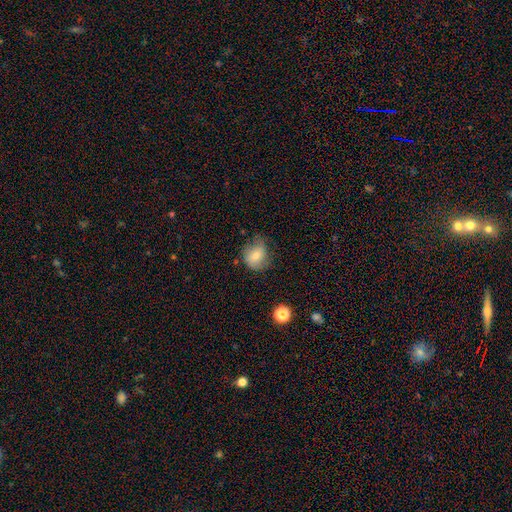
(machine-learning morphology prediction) Overall: smooth (68%). How rounded: round (64%; in between 35%). Merging: none (55%; minor disturbance 31%).